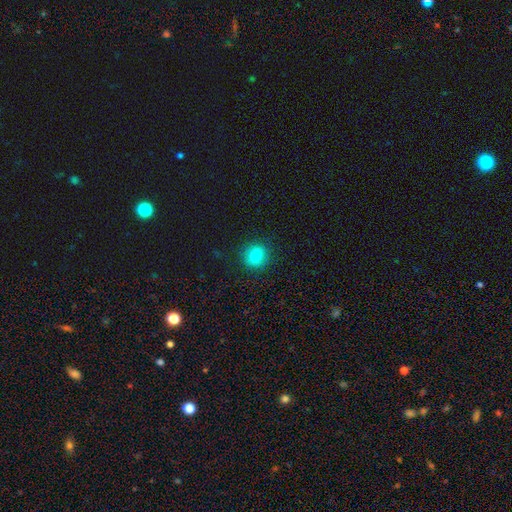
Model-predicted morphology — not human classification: type=smooth (81%); roundness=round (75%); merging=none (88%).